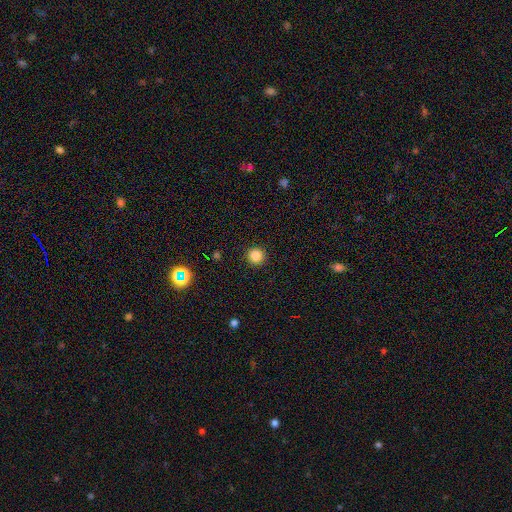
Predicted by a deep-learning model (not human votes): Q: Smooth or featured?
A: smooth (85%); runner-up: star or artifact (12%)
Q: How rounded?
A: round (95%); runner-up: in between (4%)
Q: Merging?
A: none (92%); runner-up: minor disturbance (5%)